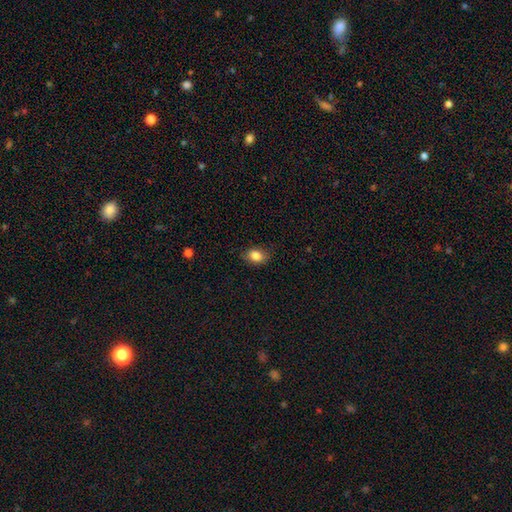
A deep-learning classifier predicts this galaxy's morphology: smooth 85%, star or artifact 9%, featured or disk 6%. Down the decision tree: how rounded — in between (66%); merging — none (78%).